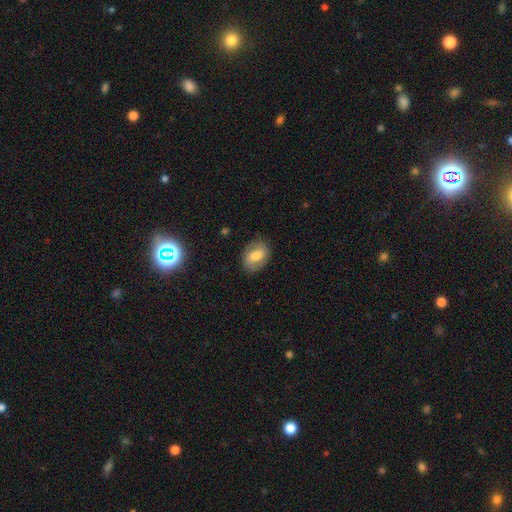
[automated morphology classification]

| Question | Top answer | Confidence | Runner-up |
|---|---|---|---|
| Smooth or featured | smooth | 62% | featured or disk (30%) |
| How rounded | in between | 77% | round (22%) |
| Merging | none | 81% | minor disturbance (14%) |